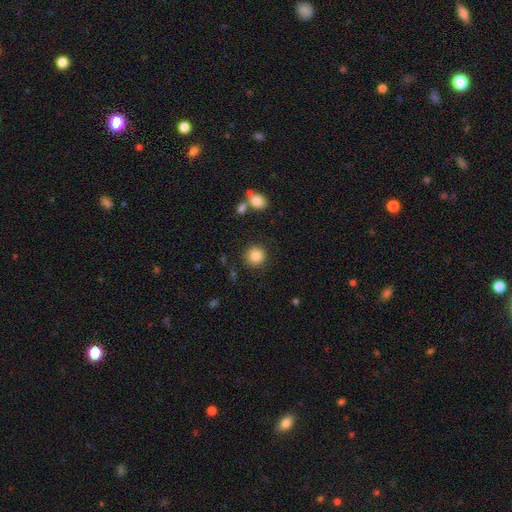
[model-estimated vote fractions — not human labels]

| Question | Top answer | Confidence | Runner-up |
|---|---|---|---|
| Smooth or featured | smooth | 85% | star or artifact (10%) |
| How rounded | round | 93% | in between (6%) |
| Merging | none | 88% | minor disturbance (7%) |